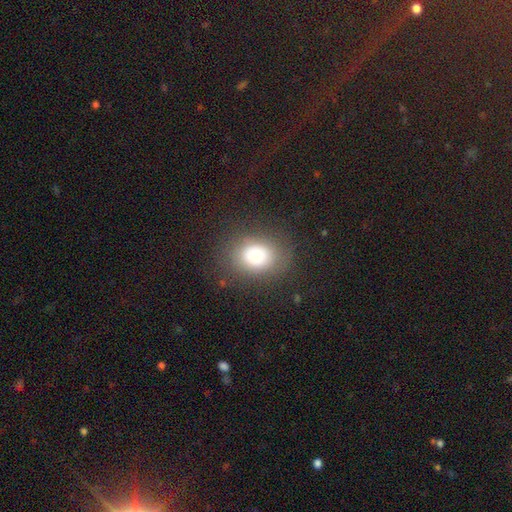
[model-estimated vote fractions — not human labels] Smooth or featured: smooth — 75% (featured or disk — 13%)
How rounded: round — 50% (in between — 49%)
Merging: none — 80% (minor disturbance — 12%)